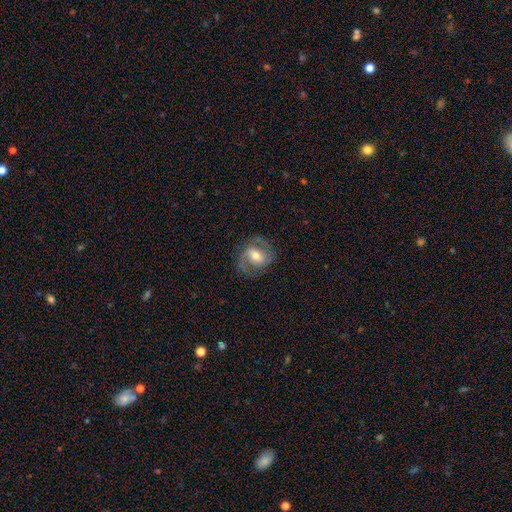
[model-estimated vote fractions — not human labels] Smooth or featured?
  - featured or disk: 71% *
  - smooth: 22%
  - star or artifact: 7%
Edge-on disk?
  - no: 97% *
  - yes: 3%
Bar?
  - weak: 42% *
  - no: 33%
  - strong: 24%
Spiral arms?
  - yes: 87% *
  - no: 13%
Spiral winding?
  - medium: 51% *
  - tight: 25%
  - loose: 23%
Spiral arm count?
  - 2: 85% *
  - can't tell: 7%
  - 1: 4%
  - 3: 2%
  - 4: 1%
  - more than 4: 1%
Bulge size?
  - moderate: 64% *
  - small: 25%
  - large: 8%
  - none: 1%
  - dominant: 1%
Merging?
  - none: 75% *
  - minor disturbance: 15%
  - major disturbance: 9%
  - merger: 1%